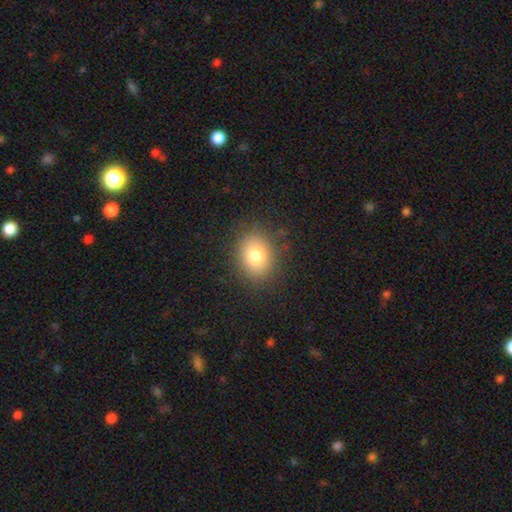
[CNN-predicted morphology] type=smooth (77%); roundness=round (54%); merging=none (84%).